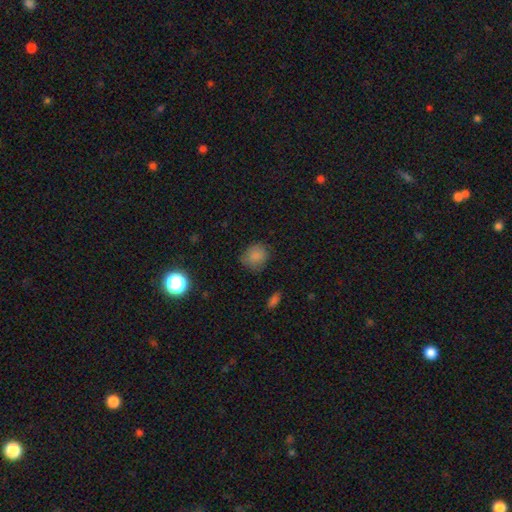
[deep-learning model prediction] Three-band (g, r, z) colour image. It shows a smooth galaxy with no disk features (84%) that is round (76%). Merging: none (74%).